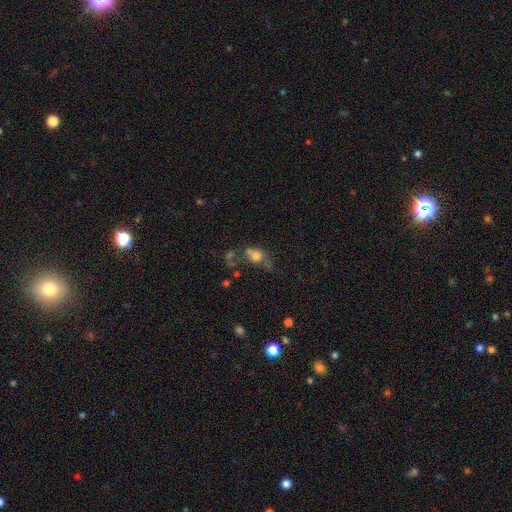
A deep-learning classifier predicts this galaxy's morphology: Smooth or featured?
  - smooth: 65% *
  - featured or disk: 20%
  - star or artifact: 15%
How rounded?
  - round: 57% *
  - in between: 40%
  - cigar-shaped: 3%
Merging?
  - merger: 35% *
  - none: 33%
  - minor disturbance: 16%
  - major disturbance: 16%